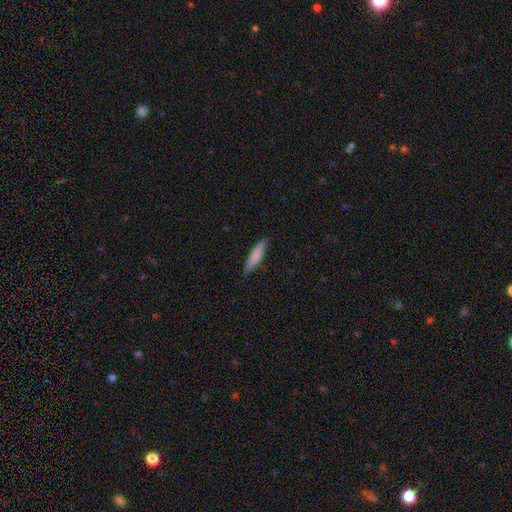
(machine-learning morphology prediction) This appears to be a smooth galaxy with no disk features (77%) that is cigar-shaped (79%). Merging: none (85%).